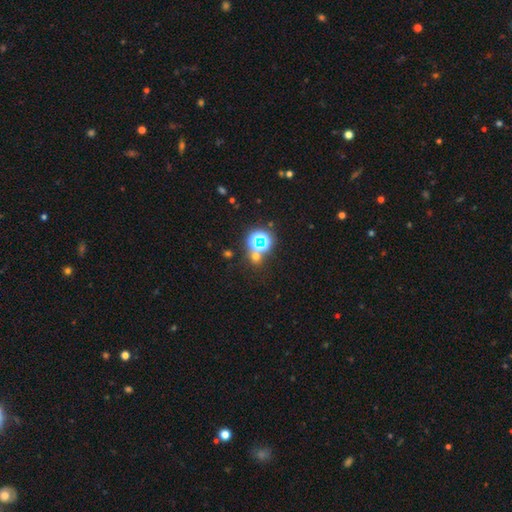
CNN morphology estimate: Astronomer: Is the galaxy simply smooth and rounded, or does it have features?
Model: star or artifact — 50% (runner-up: smooth, 41%).